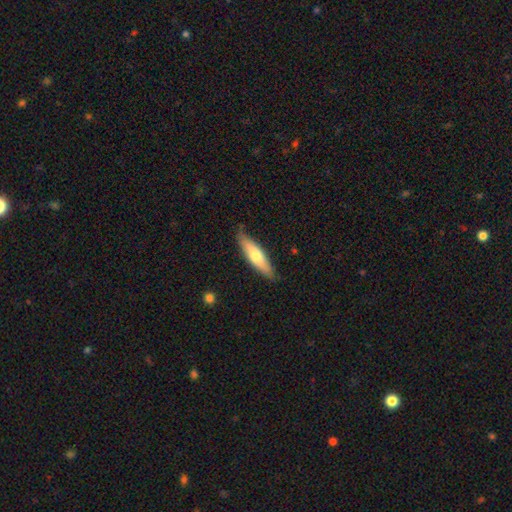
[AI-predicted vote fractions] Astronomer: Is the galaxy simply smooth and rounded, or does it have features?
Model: smooth — 65%.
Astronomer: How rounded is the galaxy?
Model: cigar-shaped — 68%.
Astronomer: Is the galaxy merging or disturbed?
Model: none — 83%.